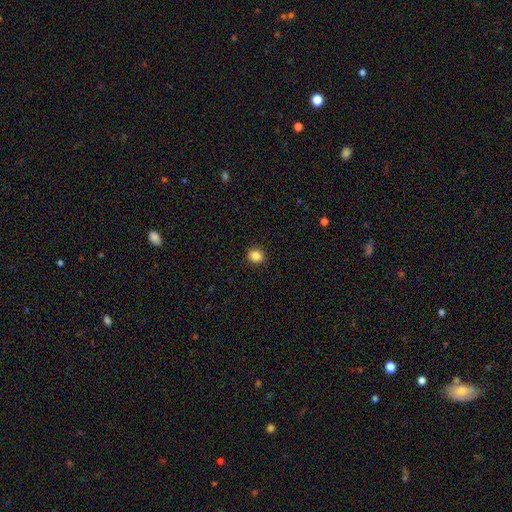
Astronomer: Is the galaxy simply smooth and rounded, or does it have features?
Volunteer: smooth — 92%.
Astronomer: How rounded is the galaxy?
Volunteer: round — 89%.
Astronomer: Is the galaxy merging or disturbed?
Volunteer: none — 91%.